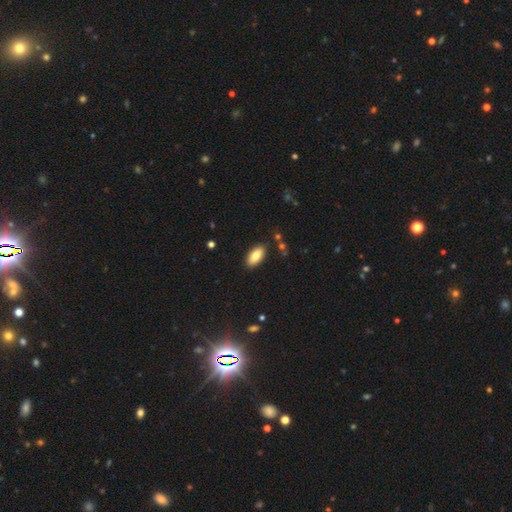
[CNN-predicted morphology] Smooth or featured? Predicted: smooth (p=0.81). How rounded? Predicted: in between (p=0.91). Merging? Predicted: none (p=0.87).